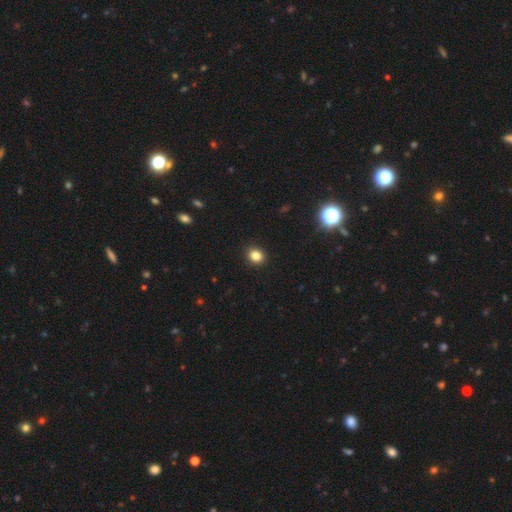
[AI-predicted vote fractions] This is clearly a smooth galaxy (84%). How rounded: likely round (70%). Merging: clearly none (92%).